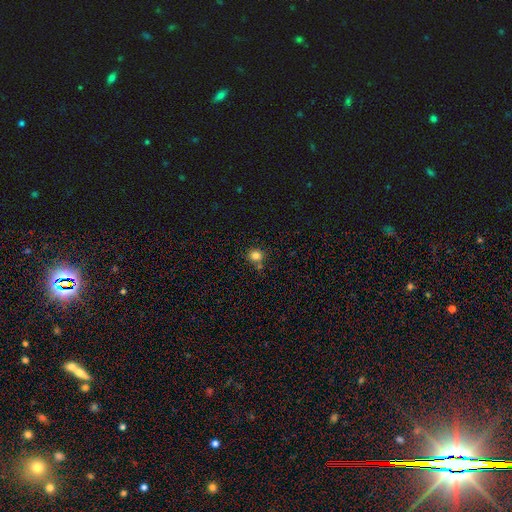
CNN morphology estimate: This appears to be a smooth galaxy with no disk features (82%) that is round (83%). Merging: none (71%).